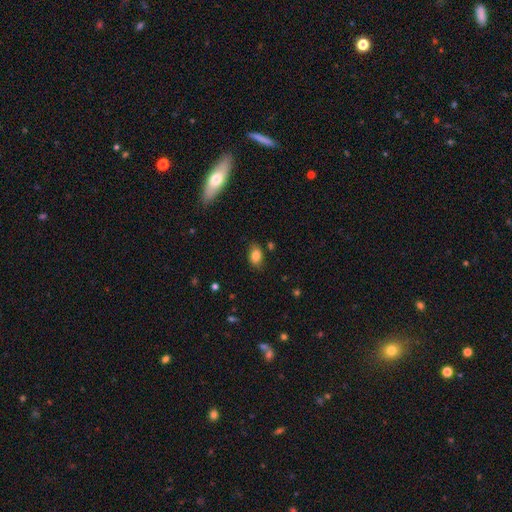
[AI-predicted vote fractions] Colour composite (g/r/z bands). It shows a smooth galaxy with no disk features (83%) that is in between round and cigar-shaped (84%). Merging: none (79%).